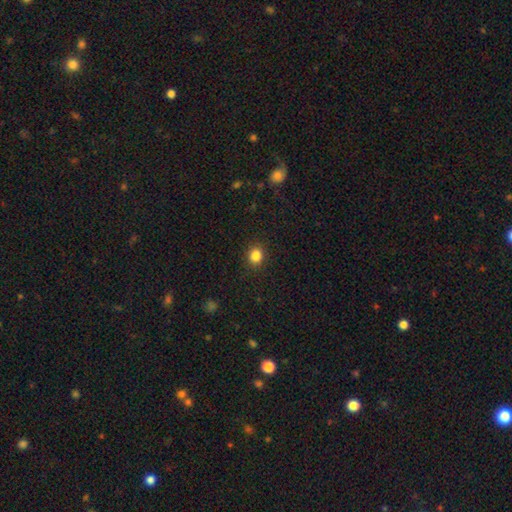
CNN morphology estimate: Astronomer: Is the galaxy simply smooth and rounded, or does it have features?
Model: smooth — 85%.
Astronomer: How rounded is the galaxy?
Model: round — 75%.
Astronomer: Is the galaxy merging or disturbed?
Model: none — 90%.